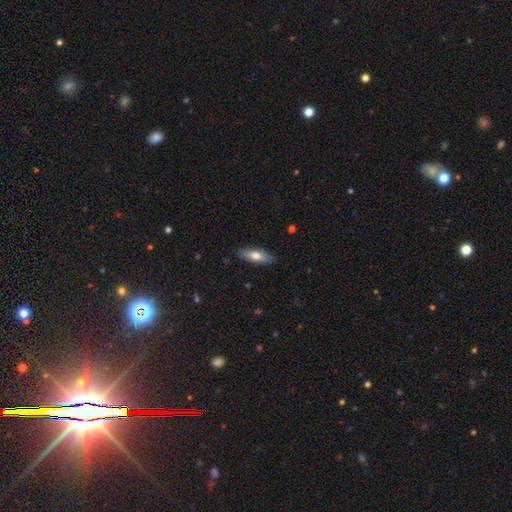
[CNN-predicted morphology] This appears to be a smooth galaxy with no disk features (67%) that is in between round and cigar-shaped (57%). Merging: none (87%).